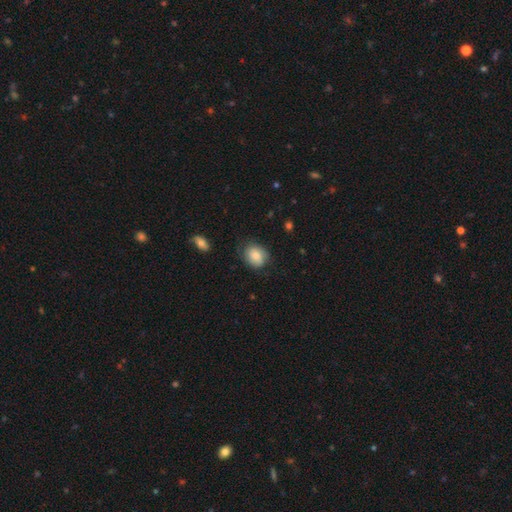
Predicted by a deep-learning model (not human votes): Smooth or featured? smooth (82%)
How rounded? in between (50%)
Merging? none (71%)